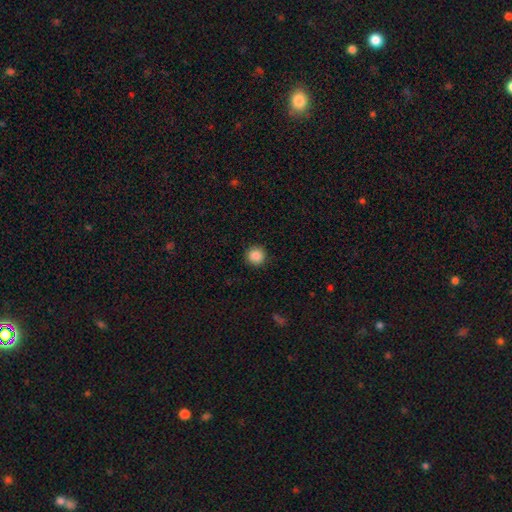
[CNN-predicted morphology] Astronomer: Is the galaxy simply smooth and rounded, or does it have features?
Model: smooth — 87%.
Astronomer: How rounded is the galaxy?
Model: round — 94%.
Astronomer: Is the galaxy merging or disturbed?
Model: none — 91%.